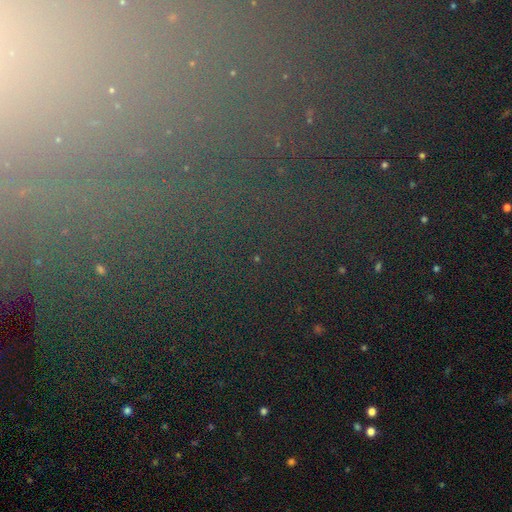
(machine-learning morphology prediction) The model was most divided on "smooth or featured": star or artifact: 71%, smooth: 16%, featured or disk: 13%.